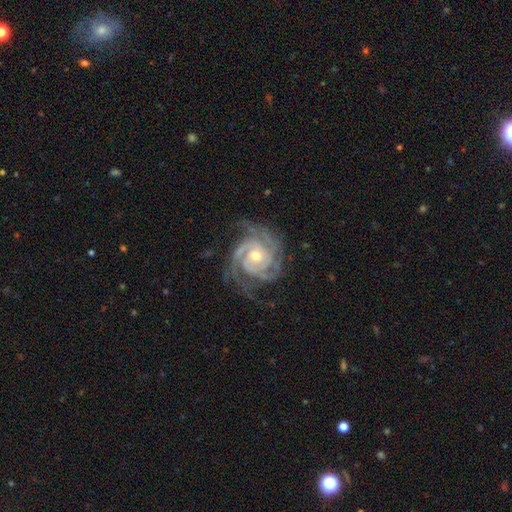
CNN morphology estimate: A featured or disk galaxy (92%) with no bar (72%), 3 (39%) tight (69%) spiral arms (98%) and a moderate central bulge (51%).

Vote fractions:
- Smooth or featured? featured or disk: 92% / star or artifact: 5% / smooth: 3%
- Edge-on disk? no: 98% / yes: 2%
- Bar? no: 72% / weak: 21% / strong: 7%
- Spiral arms? yes: 98% / no: 2%
- Spiral winding? tight: 69% / medium: 27% / loose: 4%
- Spiral arm count? 3: 39% / 4: 22% / 2: 13% / can't tell: 13% / more than 4: 7% / 1: 6%
- Bulge size? moderate: 51% / small: 45% / large: 2% / none: 1% / dominant: 1%
- Merging? none: 71% / minor disturbance: 18% / major disturbance: 10% / merger: 1%